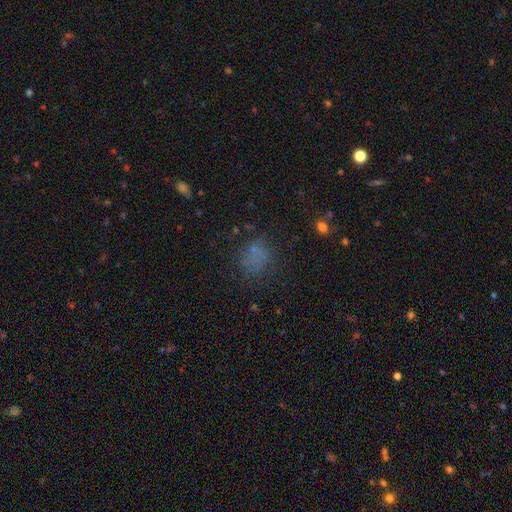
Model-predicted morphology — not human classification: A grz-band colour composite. It shows a smooth galaxy with no disk features (61%) that is round (55%). Merging: none (58%).